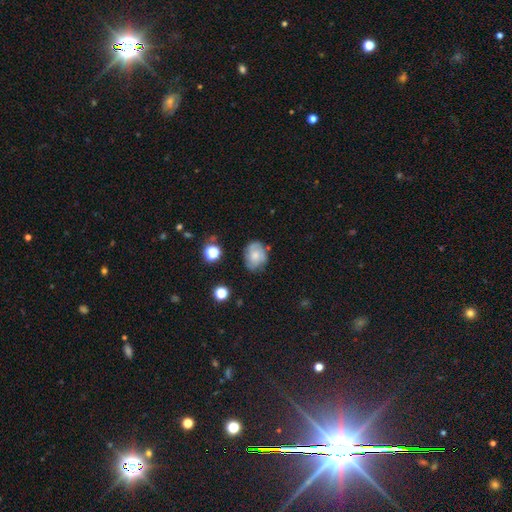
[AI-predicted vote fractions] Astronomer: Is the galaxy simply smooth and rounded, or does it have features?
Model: smooth — 45% (runner-up: featured or disk, 44%).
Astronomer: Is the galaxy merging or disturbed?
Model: none — 66%.